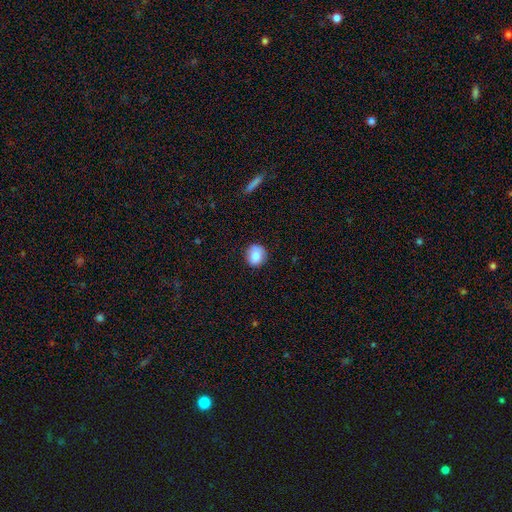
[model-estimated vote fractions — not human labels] The model was most divided on "merging": none: 82%, minor disturbance: 13%, major disturbance: 3%, merger: 1%. More confident: how rounded — round (85%); smooth or featured — smooth (81%).